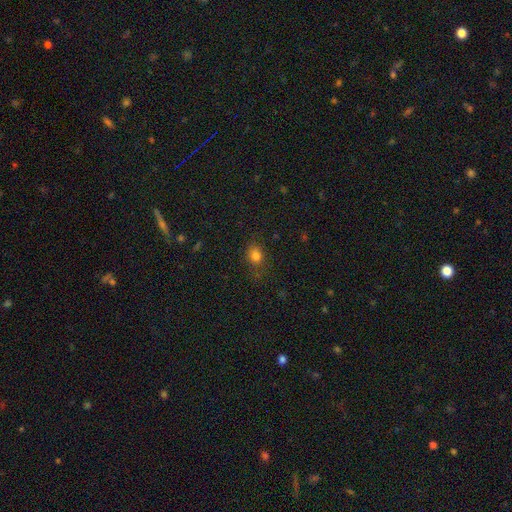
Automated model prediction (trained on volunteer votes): Smooth or featured? smooth (80%)
How rounded? round (51%)
Merging? none (78%)